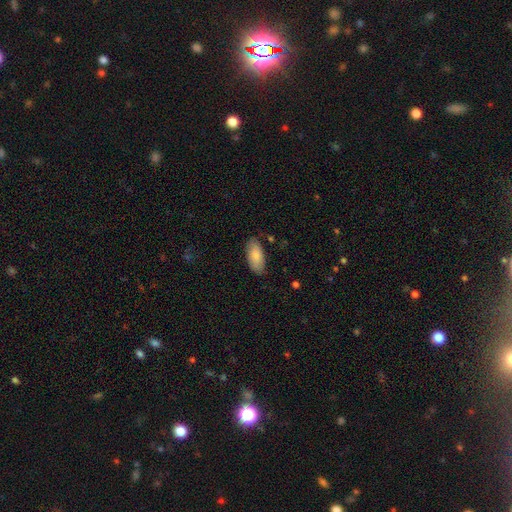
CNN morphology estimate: The model was most divided on "merging": none: 82%, minor disturbance: 14%, major disturbance: 3%, merger: 1%. More confident: how rounded — in between (90%); smooth or featured — smooth (85%).